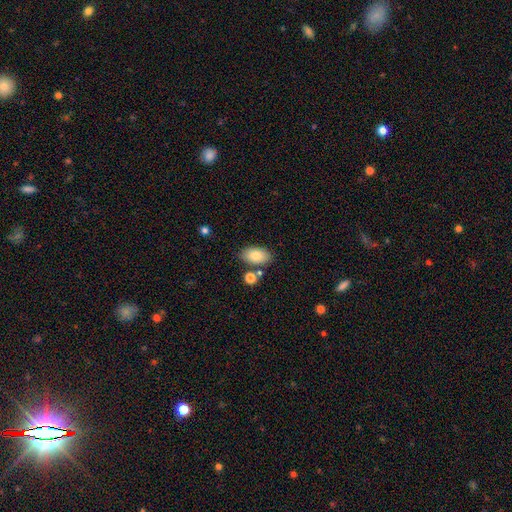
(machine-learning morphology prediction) smooth 82%, featured or disk 11%, star or artifact 7%. Down the decision tree: how rounded — in between (92%); merging — none (76%).